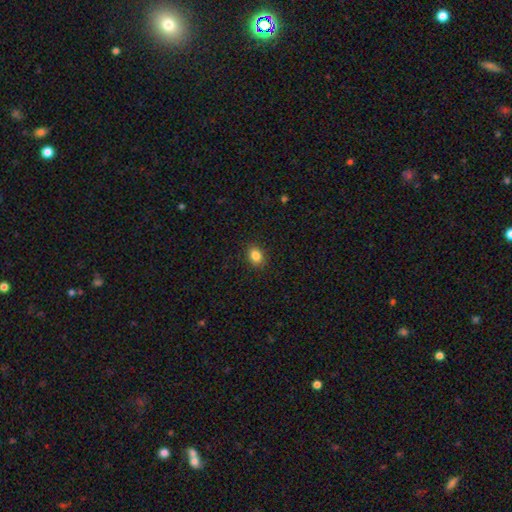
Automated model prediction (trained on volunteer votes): A smooth galaxy with no disk features (85%) that is in between round and cigar-shaped (63%).

Vote fractions:
- Smooth or featured? smooth: 85% / star or artifact: 10% / featured or disk: 6%
- How rounded? in between: 63% / round: 36% / cigar-shaped: 1%
- Merging? none: 89% / minor disturbance: 8% / major disturbance: 2% / merger: 1%